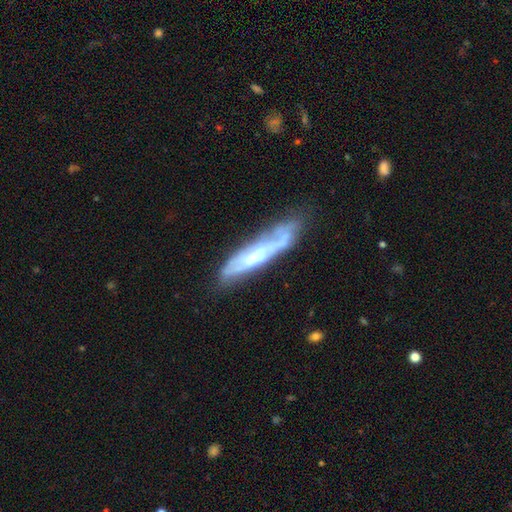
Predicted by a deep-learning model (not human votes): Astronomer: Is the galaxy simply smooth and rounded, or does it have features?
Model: featured or disk — 68%.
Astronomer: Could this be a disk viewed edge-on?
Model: no — 54% (runner-up: yes, 46%).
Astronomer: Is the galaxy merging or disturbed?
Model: none — 55%.